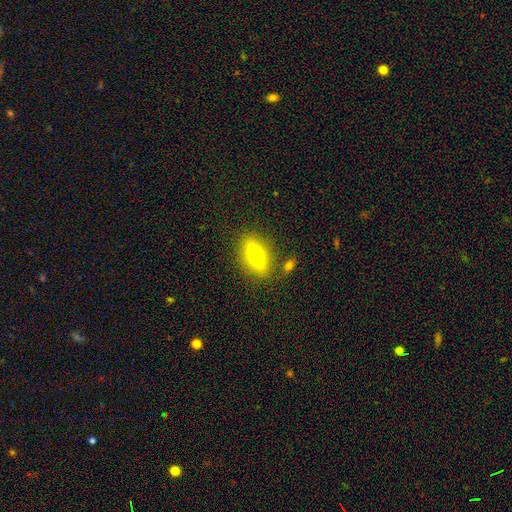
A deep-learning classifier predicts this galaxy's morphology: Overall: smooth (55%; featured or disk 36%). How rounded: in between (50%; cigar-shaped 44%). Merging: none (82%).